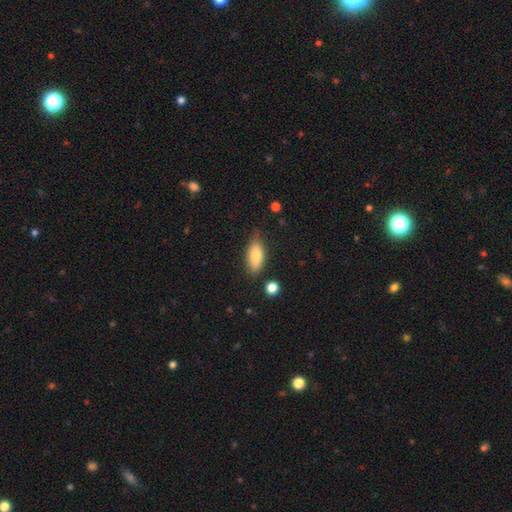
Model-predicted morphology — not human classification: type=smooth (78%); roundness=in between (80%); merging=none (74%).